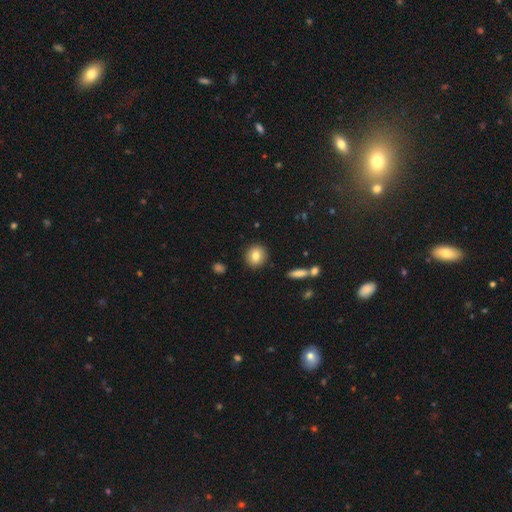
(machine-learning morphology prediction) Q: Smooth or featured?
A: smooth (80%); runner-up: featured or disk (11%)
Q: How rounded?
A: round (85%); runner-up: in between (14%)
Q: Merging?
A: none (90%); runner-up: minor disturbance (7%)